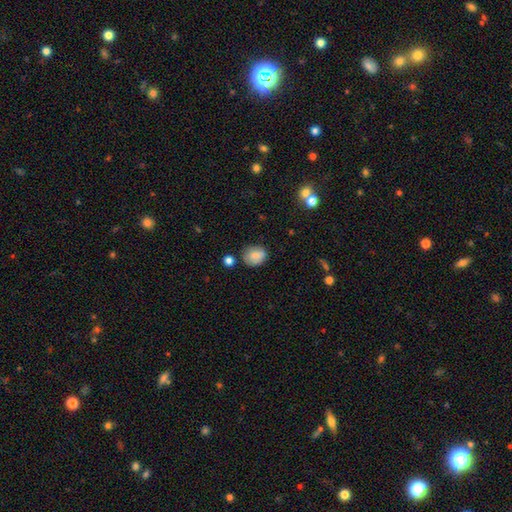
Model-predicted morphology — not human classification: The model was most divided on "how rounded": round: 58%, in between: 41%, cigar-shaped: 1%. More confident: smooth or featured — smooth (78%); merging — none (73%).